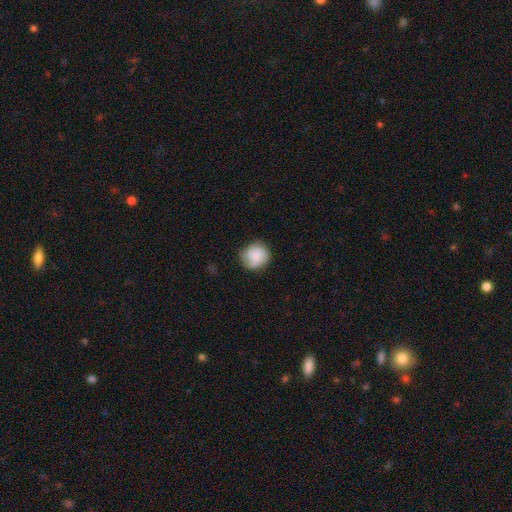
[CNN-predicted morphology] Q: Smooth or featured?
A: smooth (67%); runner-up: featured or disk (26%)
Q: How rounded?
A: round (87%); runner-up: in between (12%)
Q: Merging?
A: none (71%); runner-up: minor disturbance (21%)